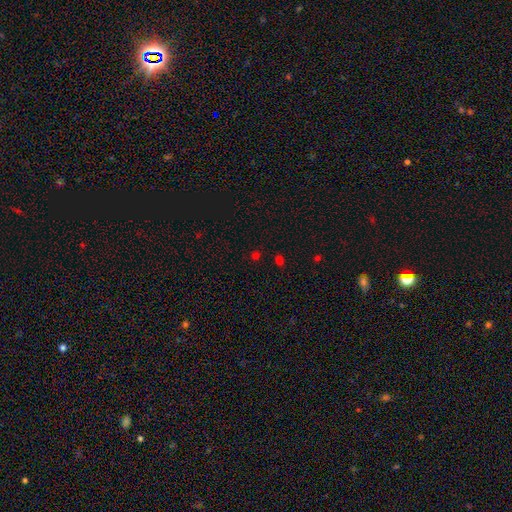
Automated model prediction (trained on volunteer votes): smooth-or-featured: smooth: 59% | star or artifact: 36% | featured or disk: 5%
  how-rounded: round: 76% | in between: 23% | cigar-shaped: 1%
  merging: none: 82% | minor disturbance: 10% | merger: 4% | major disturbance: 4%